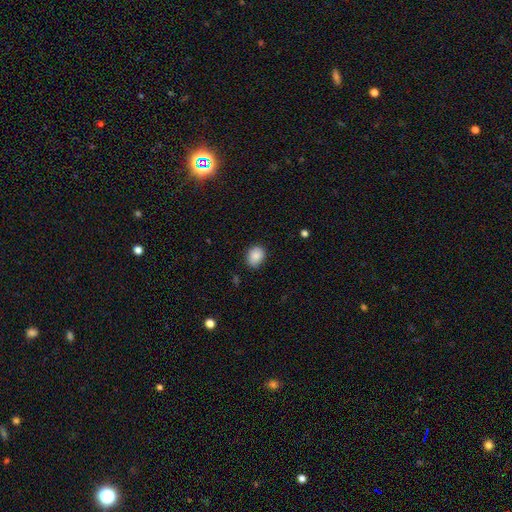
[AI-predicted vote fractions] Smooth or featured: smooth — 88% (star or artifact — 8%)
How rounded: in between — 52% (round — 47%)
Merging: none — 82% (minor disturbance — 14%)